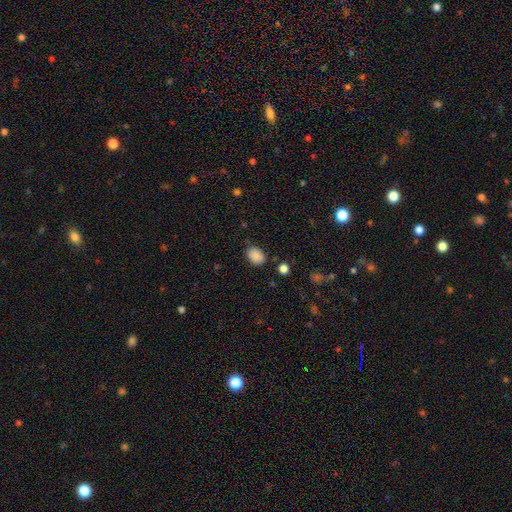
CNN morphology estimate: A smooth galaxy with no disk features (87%) that is in between round and cigar-shaped (65%). Merging: none (79%).